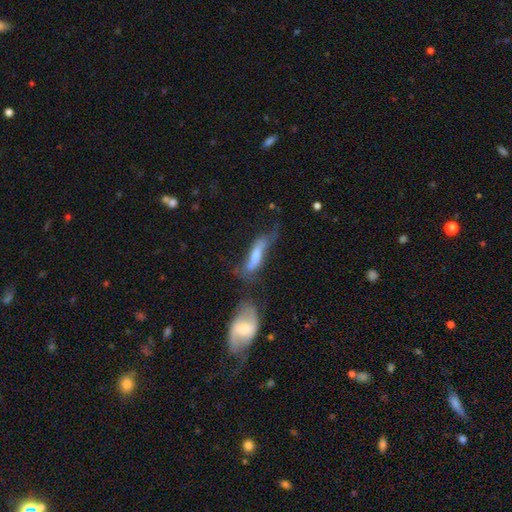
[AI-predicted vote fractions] Q: Smooth or featured?
A: featured or disk (54%); runner-up: smooth (36%)
Q: Edge-on disk?
A: no (60%); runner-up: yes (40%)
Q: Merging?
A: none (36%); runner-up: minor disturbance (23%)